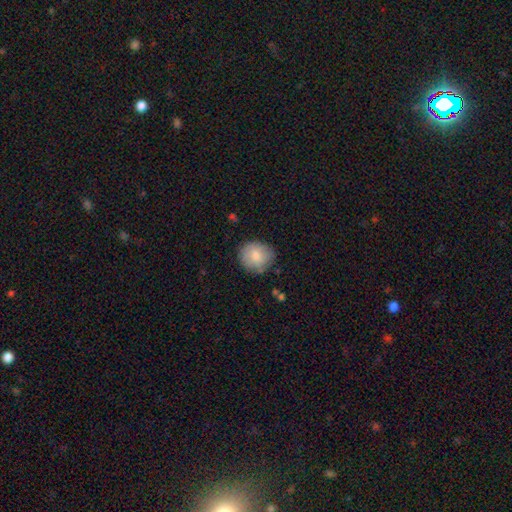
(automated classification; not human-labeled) Smooth or featured: smooth — 80% (featured or disk — 12%)
How rounded: round — 82% (in between — 17%)
Merging: none — 80% (minor disturbance — 15%)